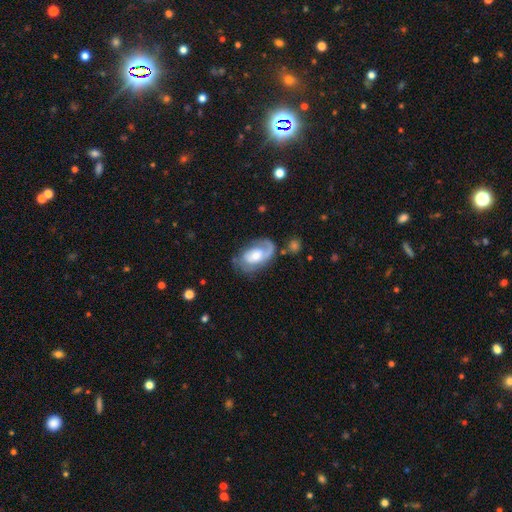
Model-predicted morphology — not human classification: smooth_or_featured: featured or disk (p=0.73) [alt: smooth p=0.21]
disk_edge_on: no (p=0.96) [alt: yes p=0.04]
bar: no (p=0.64) [alt: weak p=0.29]
has_spiral_arms: yes (p=0.90) [alt: no p=0.10]
spiral_winding: tight (p=0.41) [alt: medium p=0.38]
spiral_arm_count: 1 (p=0.54) [alt: 2 p=0.32]
bulge_size: moderate (p=0.50) [alt: small p=0.26]
merging: none (p=0.59) [alt: minor disturbance p=0.22]